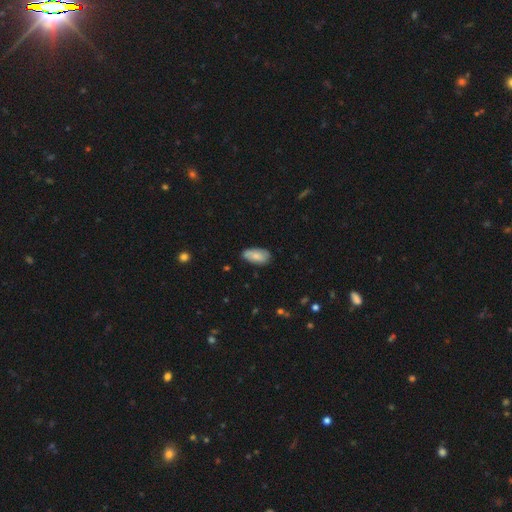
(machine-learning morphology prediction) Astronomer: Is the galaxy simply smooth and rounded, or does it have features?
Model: smooth — 77%.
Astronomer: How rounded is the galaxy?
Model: in between — 93%.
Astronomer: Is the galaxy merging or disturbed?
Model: none — 74%.